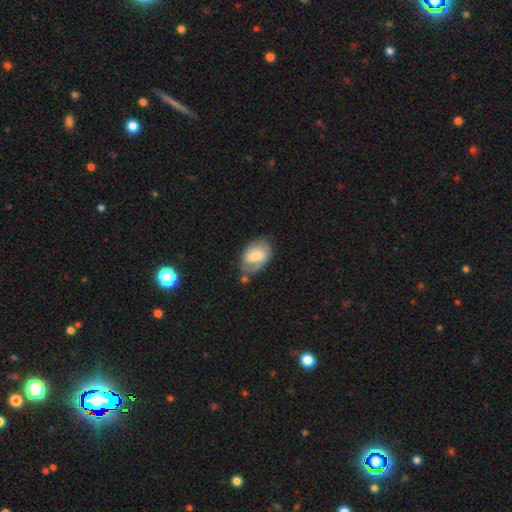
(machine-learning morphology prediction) Overall: smooth (48%; featured or disk 46%). Merging: none (54%; minor disturbance 28%).